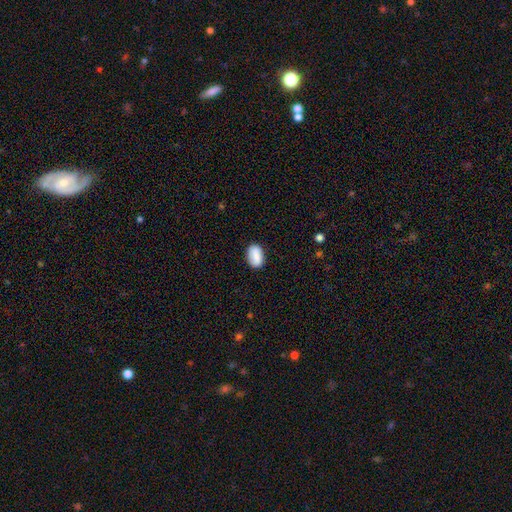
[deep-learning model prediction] A smooth galaxy with no disk features (83%) that is in between round and cigar-shaped (88%). Merging: none (85%).